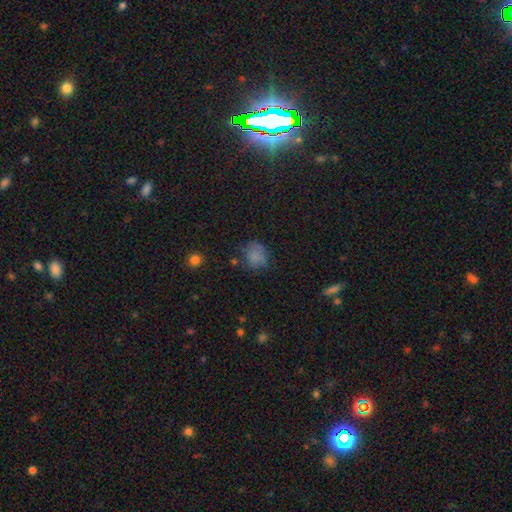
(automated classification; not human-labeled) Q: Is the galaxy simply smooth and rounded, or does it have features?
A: smooth — 75%.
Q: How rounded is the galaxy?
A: round — 69%.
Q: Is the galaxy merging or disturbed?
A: none — 60%.